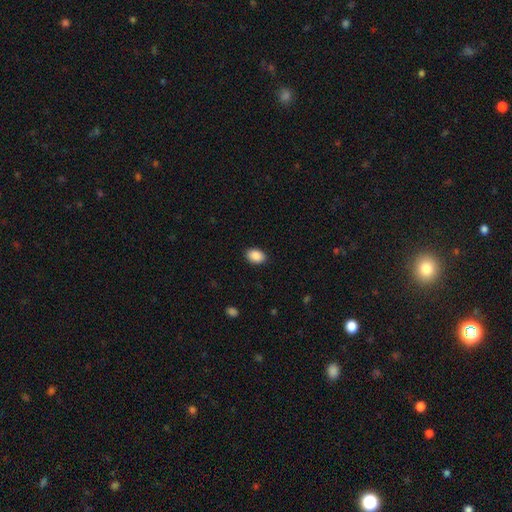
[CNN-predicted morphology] A smooth galaxy with no disk features (90%) that is in between round and cigar-shaped (82%).

Vote fractions:
- Smooth or featured? smooth: 90% / star or artifact: 7% / featured or disk: 3%
- How rounded? in between: 82% / round: 17% / cigar-shaped: 1%
- Merging? none: 90% / minor disturbance: 8% / major disturbance: 2% / merger: 1%